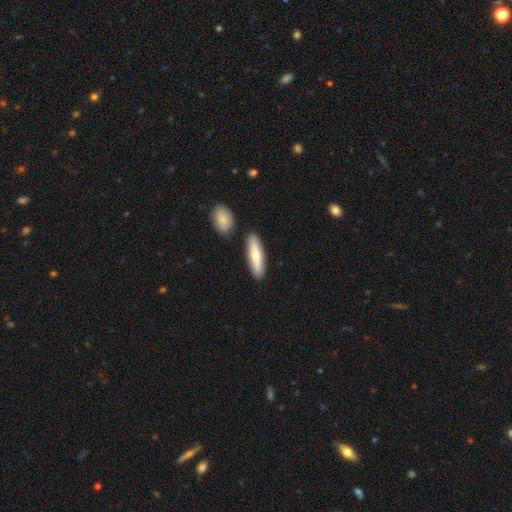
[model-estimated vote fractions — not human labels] Overall: smooth (67%). How rounded: cigar-shaped (68%; in between 30%). Merging: none (84%).